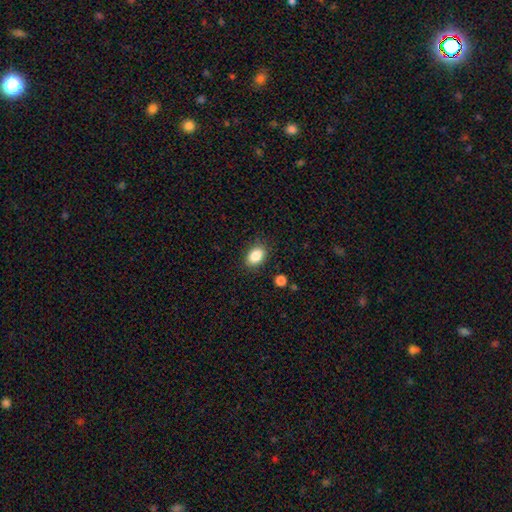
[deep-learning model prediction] This is clearly a smooth galaxy (87%). How rounded: likely in between (79%). Merging: clearly none (85%).